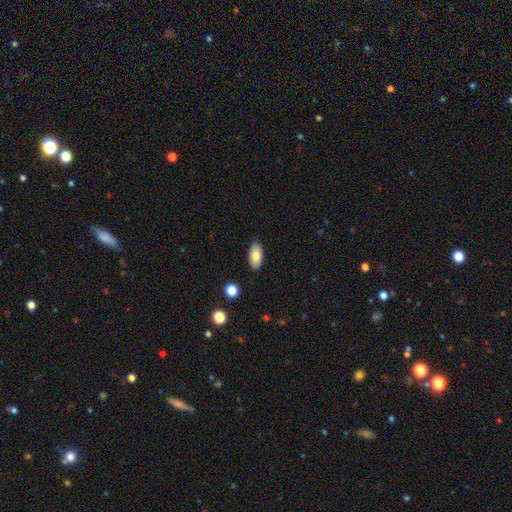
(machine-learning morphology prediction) type=smooth (80%); roundness=in between (93%); merging=none (88%).